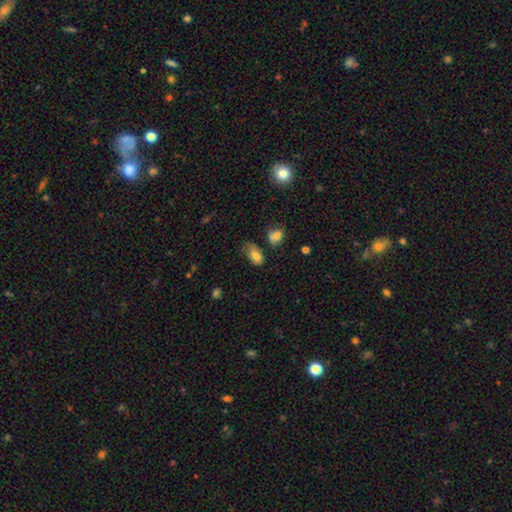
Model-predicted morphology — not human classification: smooth-or-featured: smooth: 78% | featured or disk: 13% | star or artifact: 9%
  how-rounded: in between: 91% | round: 6% | cigar-shaped: 2%
  merging: none: 46% | minor disturbance: 34% | major disturbance: 12% | merger: 7%